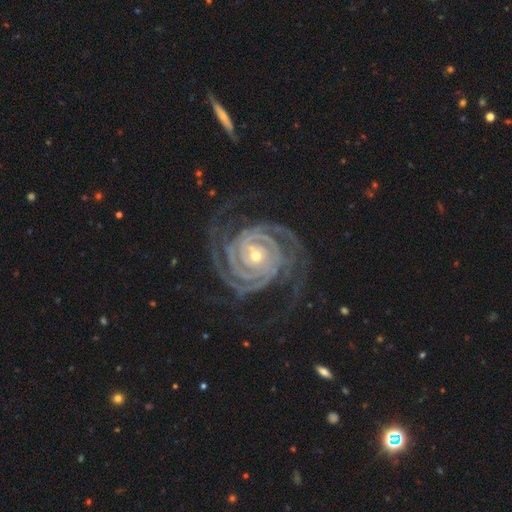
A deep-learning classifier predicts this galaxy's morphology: smooth_or_featured: featured or disk (p=0.94) [alt: star or artifact p=0.04]
disk_edge_on: no (p=0.98) [alt: yes p=0.02]
bar: no (p=0.59) [alt: weak p=0.23]
has_spiral_arms: yes (p=0.99) [alt: no p=0.01]
spiral_winding: tight (p=0.85) [alt: medium p=0.13]
spiral_arm_count: 2 (p=0.26) [alt: 3 p=0.22]
bulge_size: small (p=0.61) [alt: moderate p=0.36]
merging: none (p=0.72) [alt: minor disturbance p=0.16]